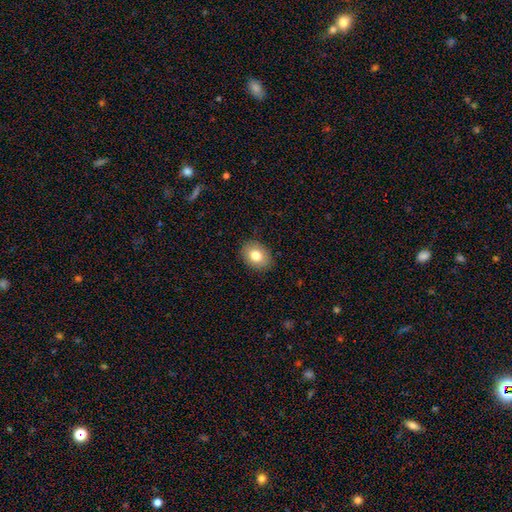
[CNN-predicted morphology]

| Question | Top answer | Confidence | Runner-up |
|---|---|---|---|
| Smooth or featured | smooth | 79% | featured or disk (12%) |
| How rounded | in between | 60% | round (39%) |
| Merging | none | 88% | minor disturbance (9%) |